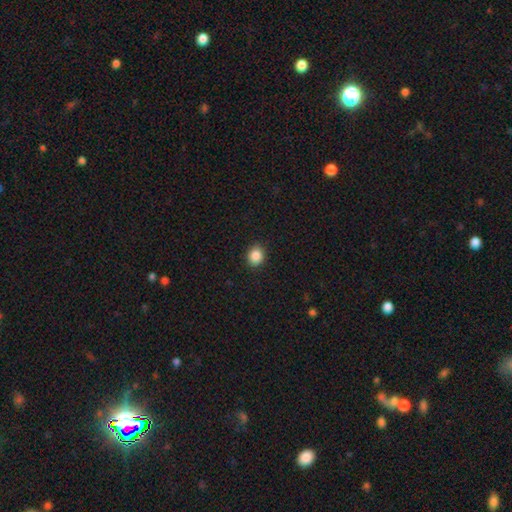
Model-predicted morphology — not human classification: A smooth galaxy with no disk features (87%) that is round (74%). Merging: none (90%).